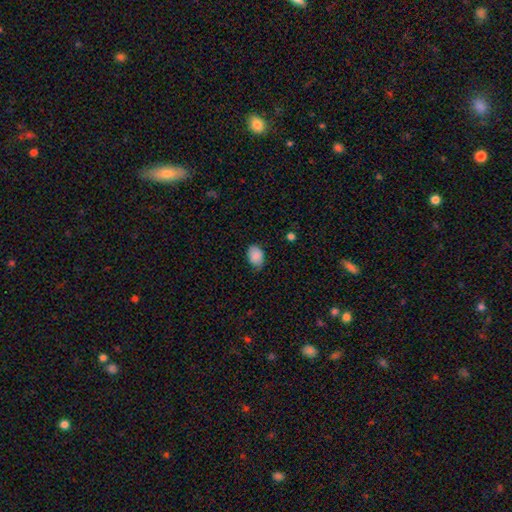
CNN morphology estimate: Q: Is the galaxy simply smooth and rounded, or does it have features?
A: smooth — 87%.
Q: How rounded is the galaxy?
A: in between — 79%.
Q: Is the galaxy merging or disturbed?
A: none — 66%.